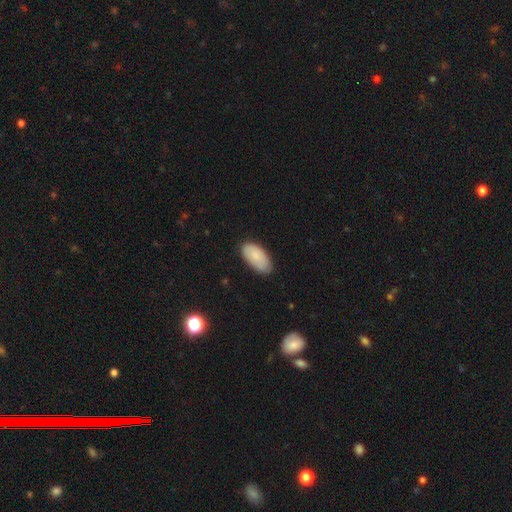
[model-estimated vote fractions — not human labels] The model was most divided on "merging": none: 79%, minor disturbance: 17%, major disturbance: 3%, merger: 1%. More confident: how rounded — in between (94%); smooth or featured — smooth (83%).